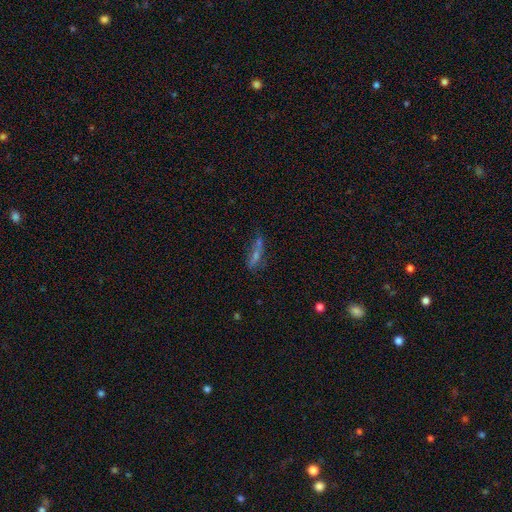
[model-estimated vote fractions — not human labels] Overall: smooth (40%; featured or disk 38%). Merging: none (52%; minor disturbance 21%).